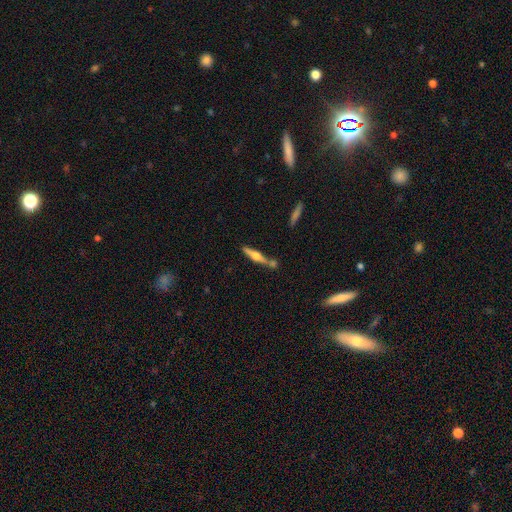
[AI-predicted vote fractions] Smooth or featured: featured or disk — 64% (smooth — 30%)
Edge-on disk: yes — 96% (no — 4%)
Edge-on bulge: rounded — 90% (boxy — 6%)
Merging: none — 68% (merger — 17%)